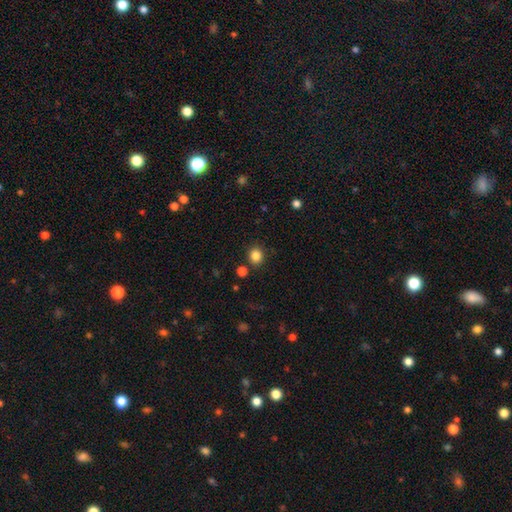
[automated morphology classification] A smooth galaxy with no disk features (84%) that is round (81%).

Vote fractions:
- Smooth or featured? smooth: 84% / star or artifact: 12% / featured or disk: 4%
- How rounded? round: 81% / in between: 18% / cigar-shaped: 1%
- Merging? none: 87% / minor disturbance: 7% / merger: 4% / major disturbance: 2%